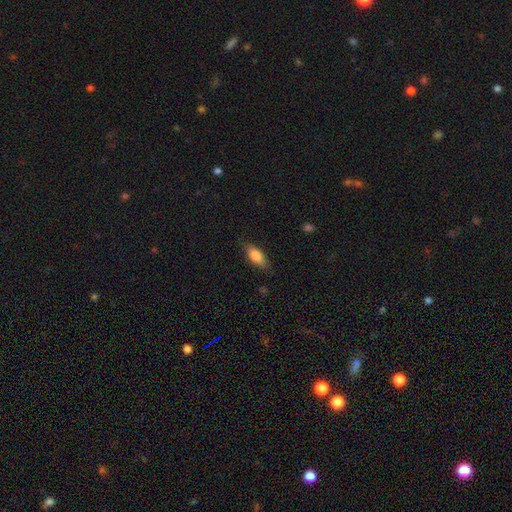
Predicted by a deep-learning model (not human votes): This is likely a smooth galaxy (77%). How rounded: likely in between (77%). Merging: clearly none (81%).